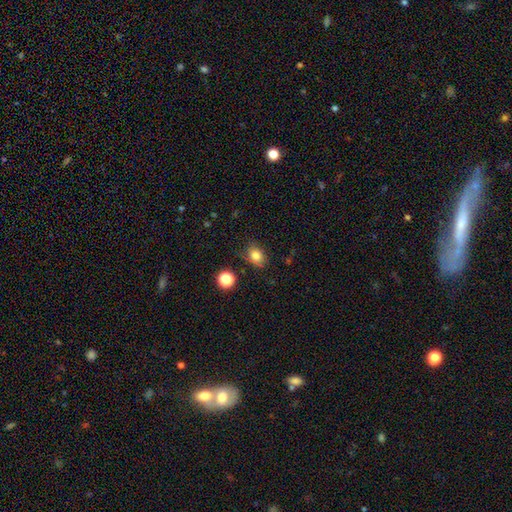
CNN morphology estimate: This appears to be a smooth galaxy with no disk features (81%) that is in between round and cigar-shaped (61%). Merging: none (79%).